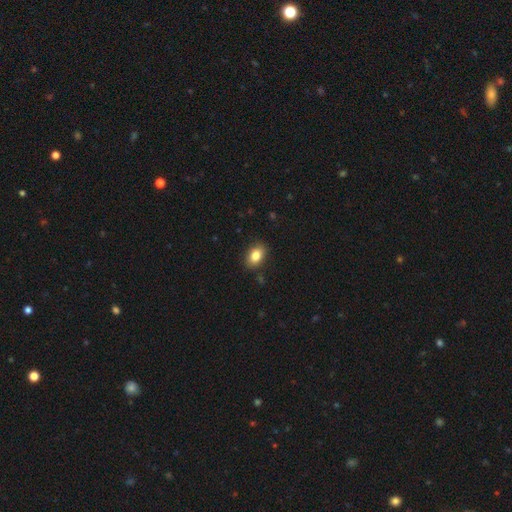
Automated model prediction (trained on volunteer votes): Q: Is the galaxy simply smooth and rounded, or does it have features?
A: smooth — 84%.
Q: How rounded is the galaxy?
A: in between — 81%.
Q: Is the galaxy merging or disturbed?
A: none — 86%.